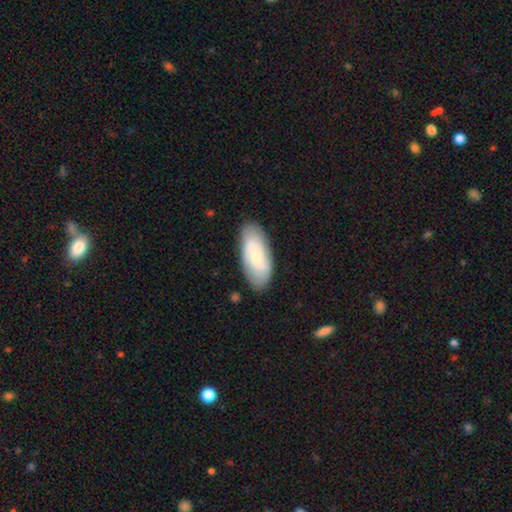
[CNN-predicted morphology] smooth-or-featured: featured or disk: 48% | smooth: 46% | star or artifact: 6%
  merging: none: 79% | minor disturbance: 16% | major disturbance: 3% | merger: 2%